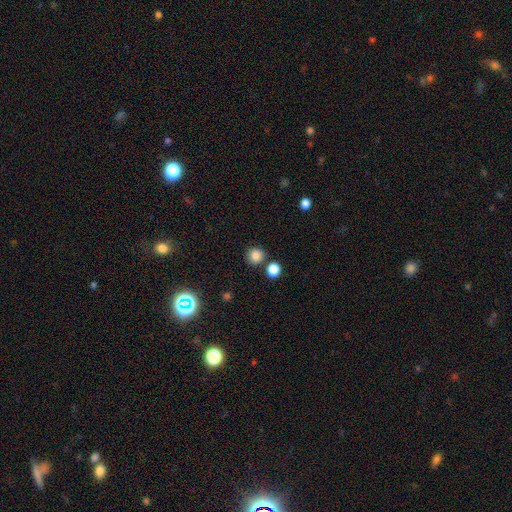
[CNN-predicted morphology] A smooth galaxy with no disk features (84%) that is round (90%).

Vote fractions:
- Smooth or featured? smooth: 84% / star or artifact: 12% / featured or disk: 4%
- How rounded? round: 90% / in between: 9% / cigar-shaped: 1%
- Merging? none: 81% / merger: 10% / minor disturbance: 7% / major disturbance: 3%